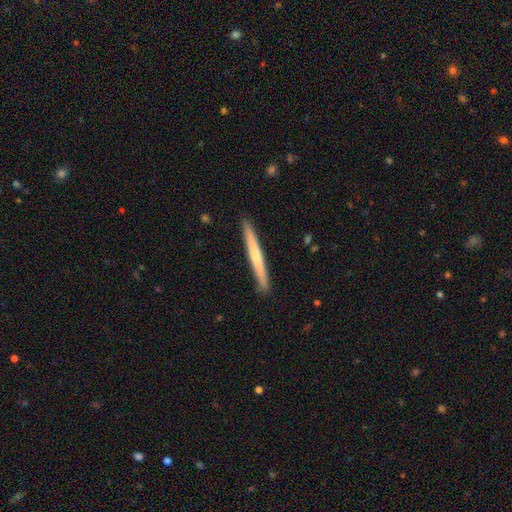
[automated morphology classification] Overall: smooth (56%; featured or disk 39%). How rounded: cigar-shaped (97%). Merging: none (92%).